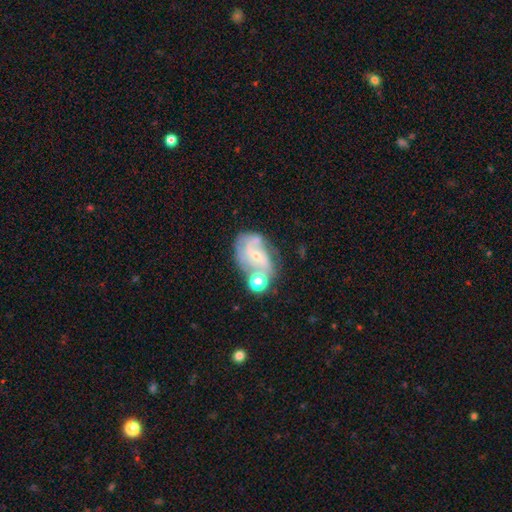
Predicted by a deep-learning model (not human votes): Smooth or featured?
  - featured or disk: 73% *
  - smooth: 17%
  - star or artifact: 10%
Edge-on disk?
  - no: 97% *
  - yes: 3%
Bar?
  - no: 58% *
  - weak: 32%
  - strong: 10%
Spiral arms?
  - yes: 86% *
  - no: 14%
Spiral winding?
  - medium: 42% *
  - tight: 39%
  - loose: 19%
Spiral arm count?
  - 2: 39% *
  - can't tell: 29%
  - 3: 19%
  - 1: 5%
  - 4: 5%
  - more than 4: 3%
Bulge size?
  - small: 71% *
  - moderate: 23%
  - none: 3%
  - large: 1%
  - dominant: 1%
Merging?
  - none: 43% *
  - merger: 23%
  - minor disturbance: 20%
  - major disturbance: 14%